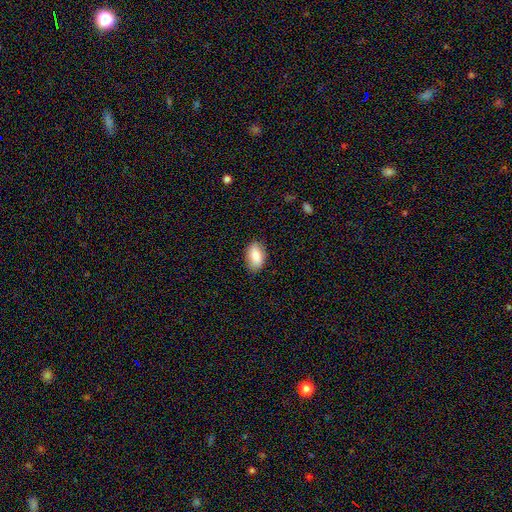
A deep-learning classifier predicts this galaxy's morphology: smooth_or_featured: smooth (p=0.83) [alt: featured or disk p=0.11]
how_rounded: in between (p=0.92) [alt: round p=0.06]
merging: none (p=0.84) [alt: minor disturbance p=0.12]